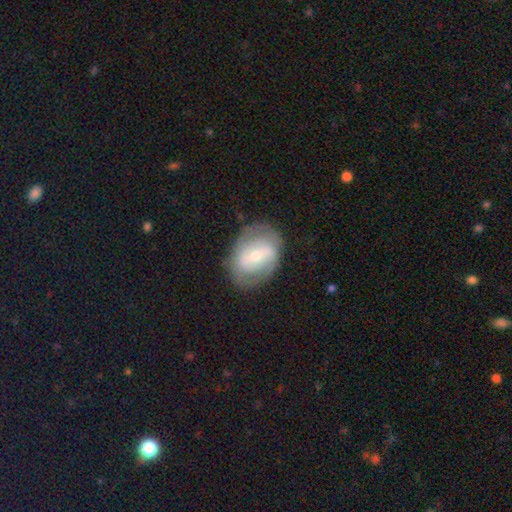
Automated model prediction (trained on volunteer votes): Morphology: type=featured or disk (61%); edge-on=no (94%); bar=weak (40%); spiral arms=yes (56%); bulge=moderate (48%); merging=none (74%).